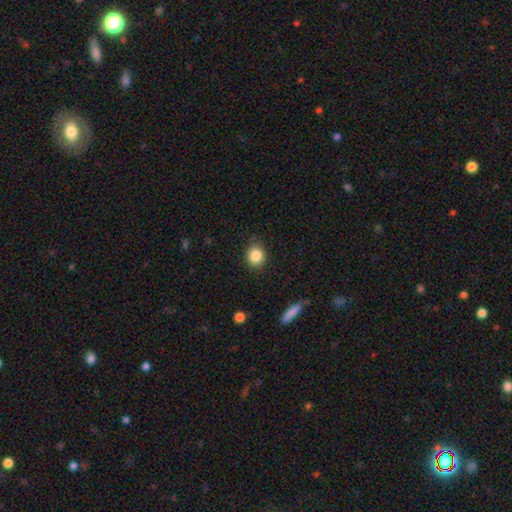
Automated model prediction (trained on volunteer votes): Morphology: type=smooth (85%); roundness=round (76%); merging=none (85%).